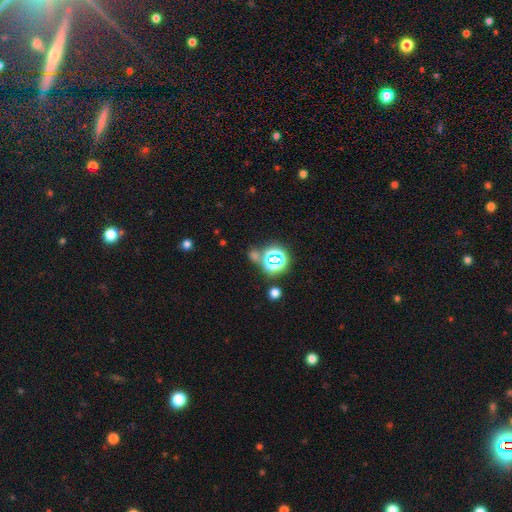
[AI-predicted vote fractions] This is likely a star or artifact rather than a galaxy (61%).